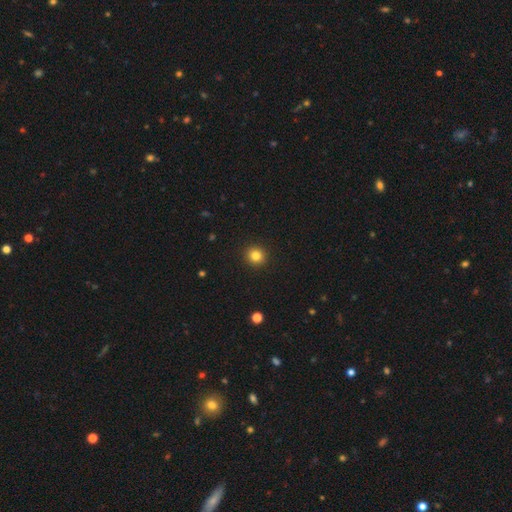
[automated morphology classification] smooth 83%, star or artifact 12%, featured or disk 6%. Down the decision tree: how rounded — round (92%); merging — none (93%).